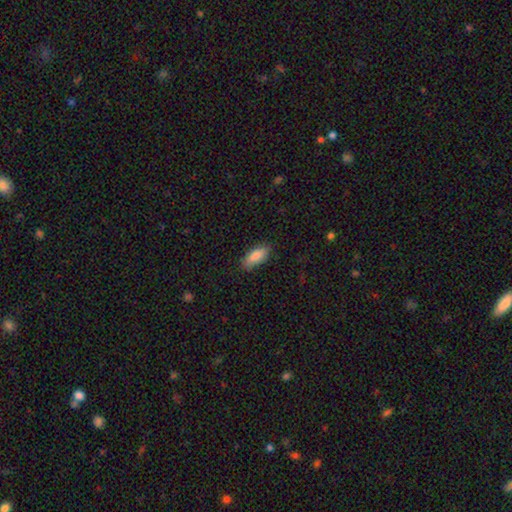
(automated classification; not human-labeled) smooth-or-featured: smooth: 85% | featured or disk: 8% | star or artifact: 6%
  how-rounded: in between: 73% | cigar-shaped: 25% | round: 2%
  merging: none: 83% | minor disturbance: 14% | major disturbance: 2% | merger: 1%